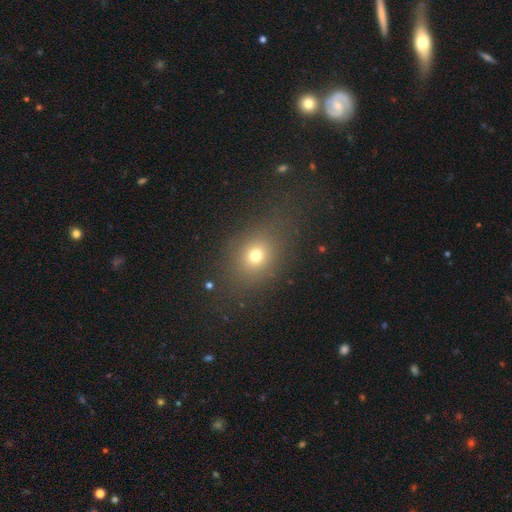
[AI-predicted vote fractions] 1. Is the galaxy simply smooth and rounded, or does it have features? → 71% smooth, 18% star or artifact, 11% featured or disk.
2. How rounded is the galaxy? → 53% round, 45% in between, 2% cigar-shaped.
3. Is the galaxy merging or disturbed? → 75% none, 13% minor disturbance, 9% major disturbance, 4% merger.